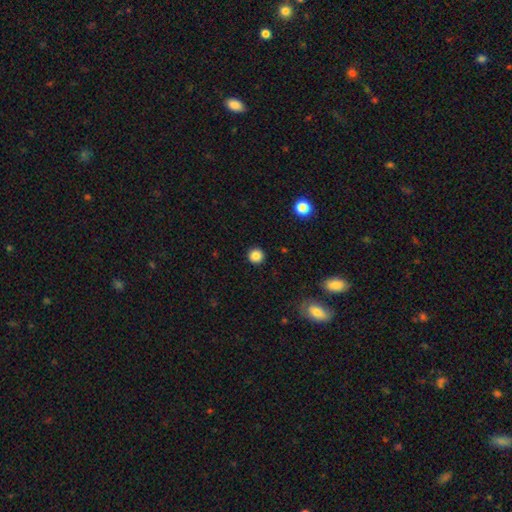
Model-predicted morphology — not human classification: smooth 86%, star or artifact 11%, featured or disk 4%. Down the decision tree: how rounded — round (95%); merging — none (93%).